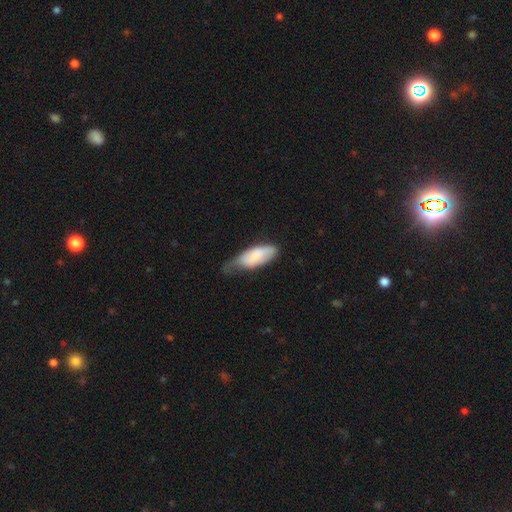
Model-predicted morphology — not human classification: type=smooth (74%); roundness=in between (82%); merging=minor disturbance (46%).